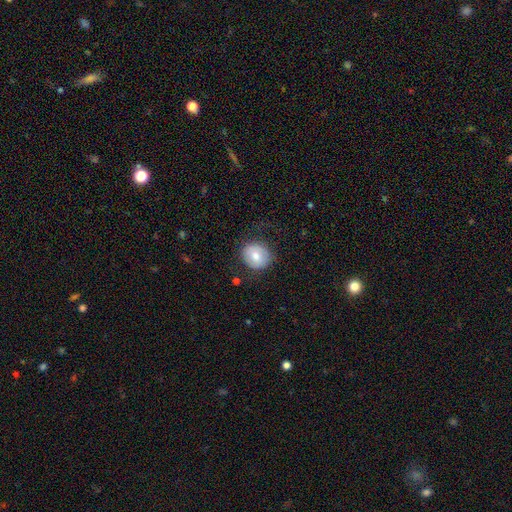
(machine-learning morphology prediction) A smooth galaxy with no disk features (71%) that is round (79%). Merging: none (77%).